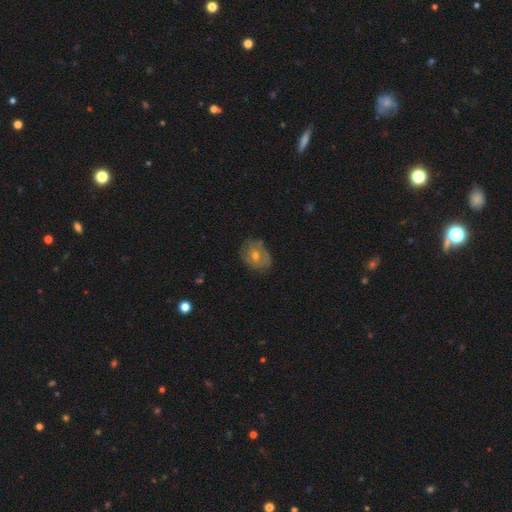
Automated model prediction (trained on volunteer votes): smooth_or_featured: featured or disk (p=0.53) [alt: smooth p=0.35]
disk_edge_on: no (p=0.95) [alt: yes p=0.05]
bar: no (p=0.77) [alt: weak p=0.19]
has_spiral_arms: yes (p=0.55) [alt: no p=0.45]
bulge_size: moderate (p=0.59) [alt: small p=0.37]
merging: none (p=0.74) [alt: minor disturbance p=0.19]